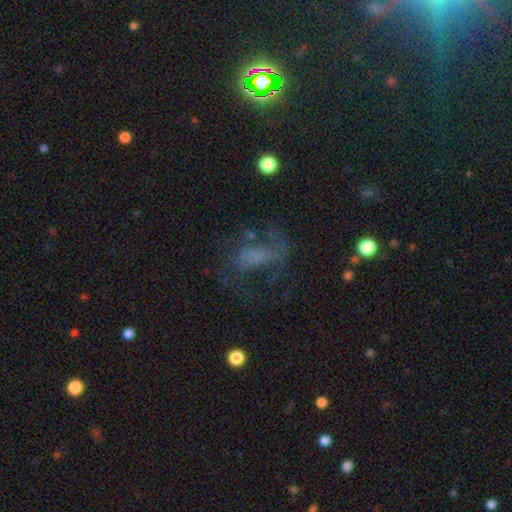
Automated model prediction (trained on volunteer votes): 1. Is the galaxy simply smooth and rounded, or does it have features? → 48% featured or disk, 29% smooth, 23% star or artifact.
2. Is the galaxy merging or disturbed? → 45% none, 33% major disturbance, 19% minor disturbance, 4% merger.